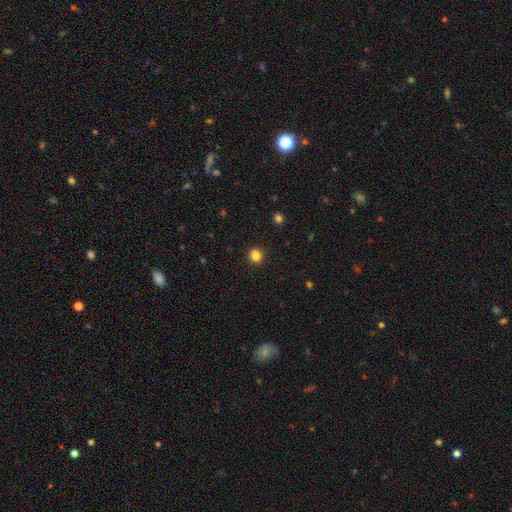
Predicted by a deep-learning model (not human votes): Q: Smooth or featured?
A: smooth (84%); runner-up: star or artifact (12%)
Q: How rounded?
A: round (91%); runner-up: in between (9%)
Q: Merging?
A: none (92%); runner-up: minor disturbance (5%)